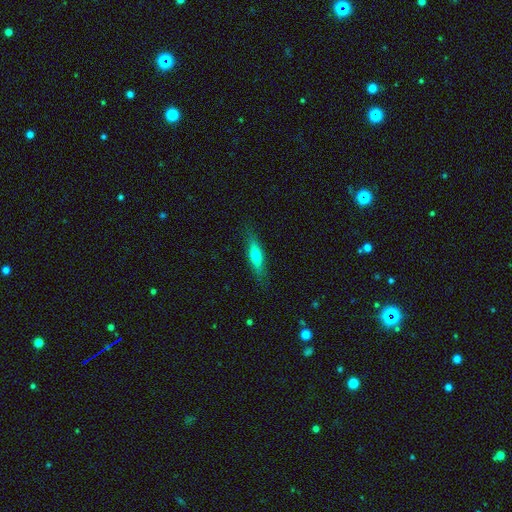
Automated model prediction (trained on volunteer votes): Overall: smooth (51%; featured or disk 43%). How rounded: cigar-shaped (70%). Merging: none (84%).